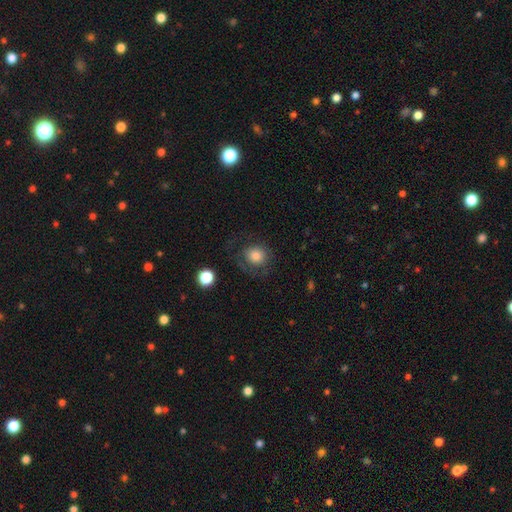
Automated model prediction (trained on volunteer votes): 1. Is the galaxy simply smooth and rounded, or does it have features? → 78% smooth, 13% featured or disk, 9% star or artifact.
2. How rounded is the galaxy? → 85% round, 15% in between, 1% cigar-shaped.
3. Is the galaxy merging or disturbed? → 66% none, 18% minor disturbance, 14% major disturbance, 2% merger.